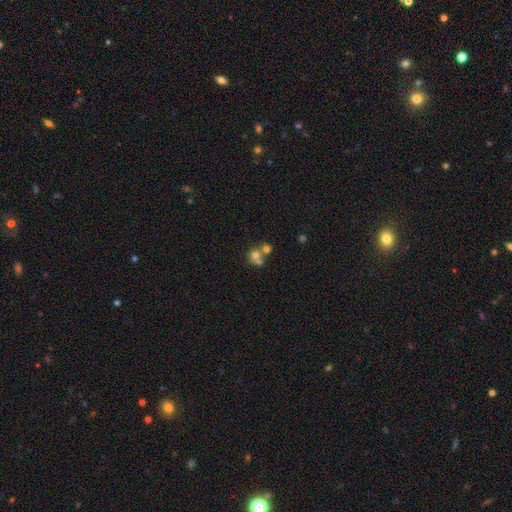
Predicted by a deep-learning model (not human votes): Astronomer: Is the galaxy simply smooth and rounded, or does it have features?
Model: smooth — 63%.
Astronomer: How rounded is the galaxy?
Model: round — 81%.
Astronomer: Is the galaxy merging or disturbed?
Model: merger — 53% (runner-up: none, 36%).